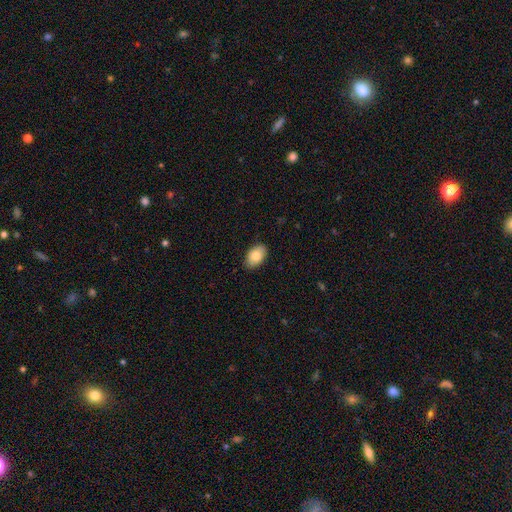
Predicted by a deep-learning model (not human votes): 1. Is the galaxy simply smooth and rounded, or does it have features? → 83% smooth, 11% featured or disk, 7% star or artifact.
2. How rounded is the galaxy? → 91% in between, 7% round, 1% cigar-shaped.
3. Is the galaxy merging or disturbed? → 87% none, 10% minor disturbance, 2% major disturbance, 1% merger.